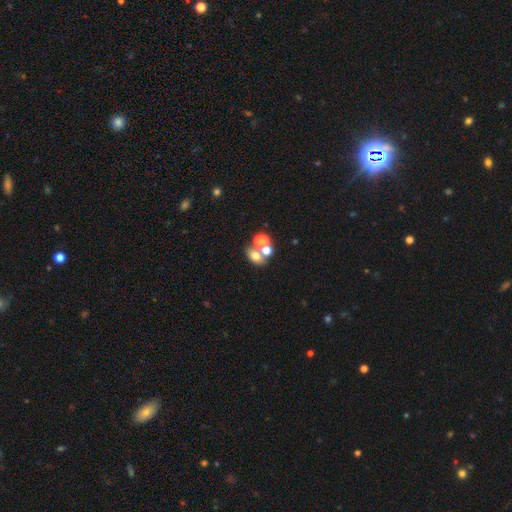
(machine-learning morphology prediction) Smooth or featured? Predicted: smooth (p=0.64). How rounded? Predicted: in between (p=0.54). Merging? Predicted: merger (p=0.50).